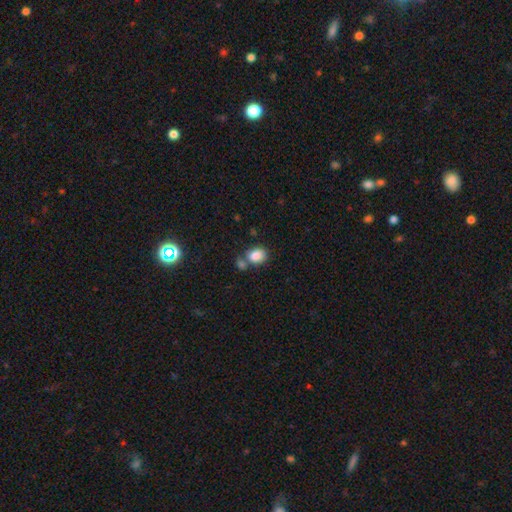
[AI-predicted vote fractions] The model was most divided on "how rounded": in between: 57%, round: 42%, cigar-shaped: 1%. More confident: smooth or featured — smooth (85%); merging — none (51%).